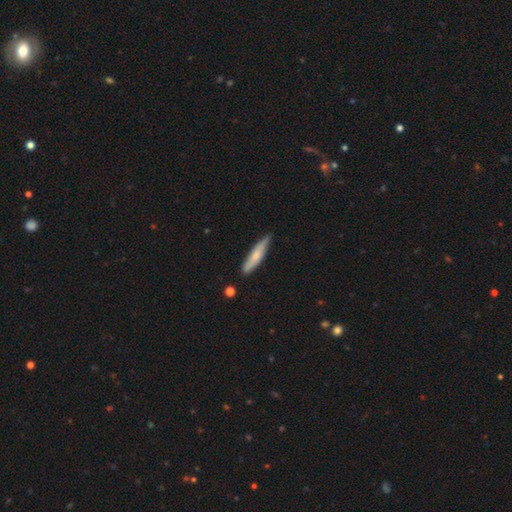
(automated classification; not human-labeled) Morphology: type=smooth (62%); roundness=cigar-shaped (85%); merging=none (77%).